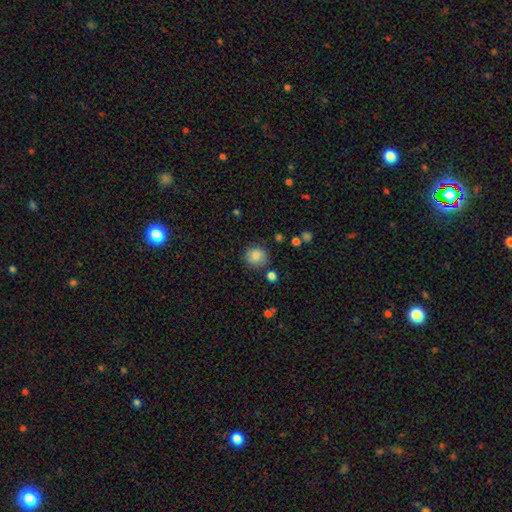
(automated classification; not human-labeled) Smooth or featured? Predicted: smooth (p=0.82). How rounded? Predicted: round (p=0.86). Merging? Predicted: none (p=0.77).